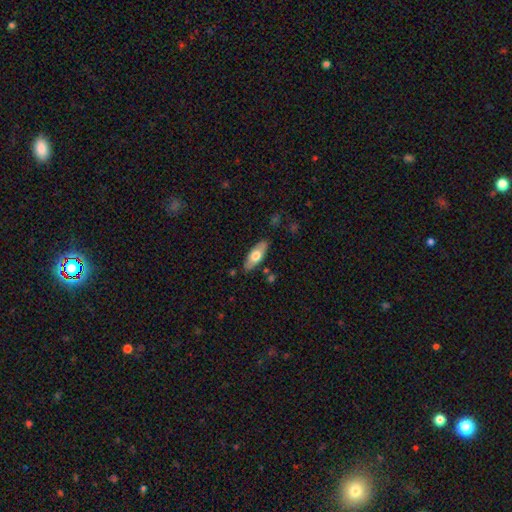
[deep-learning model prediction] Smooth or featured?
  - smooth: 65% *
  - featured or disk: 30%
  - star or artifact: 5%
How rounded?
  - in between: 75% *
  - cigar-shaped: 23%
  - round: 2%
Merging?
  - none: 84% *
  - minor disturbance: 11%
  - major disturbance: 2%
  - merger: 2%